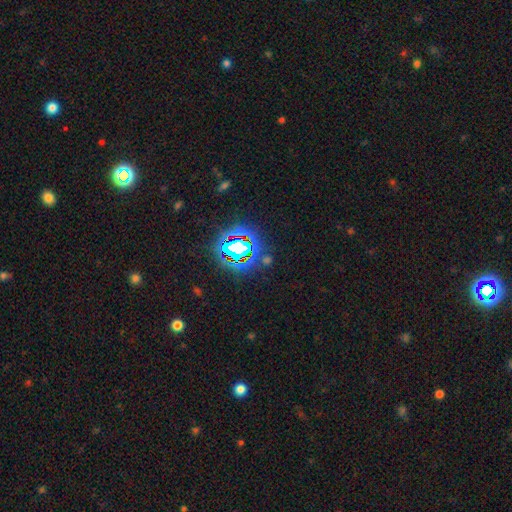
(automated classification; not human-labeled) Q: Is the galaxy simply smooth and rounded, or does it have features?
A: star or artifact — 81%.